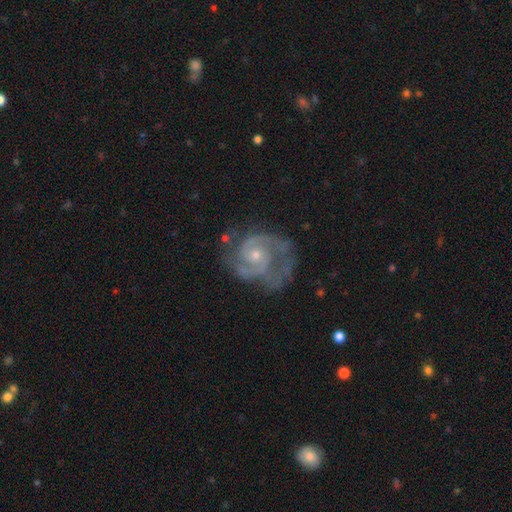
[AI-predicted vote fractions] A featured or disk galaxy (90%) with no bar (68%), 2 (76%) medium (50%) spiral arms (97%) and a small central bulge (61%). Merging: none (59%).